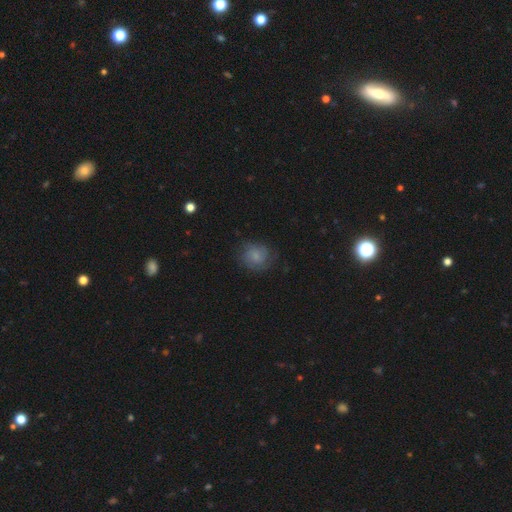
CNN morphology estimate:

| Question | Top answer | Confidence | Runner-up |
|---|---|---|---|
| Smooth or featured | smooth | 60% | featured or disk (31%) |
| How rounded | round | 80% | in between (19%) |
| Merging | none | 73% | minor disturbance (19%) |